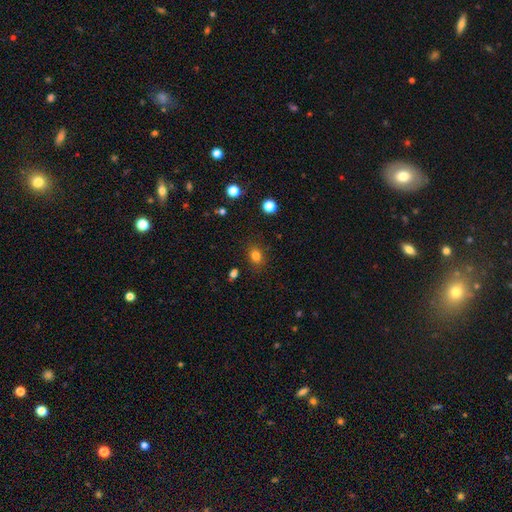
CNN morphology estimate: Q: Smooth or featured?
A: smooth (80%); runner-up: star or artifact (14%)
Q: How rounded?
A: in between (52%); runner-up: round (46%)
Q: Merging?
A: none (84%); runner-up: minor disturbance (11%)